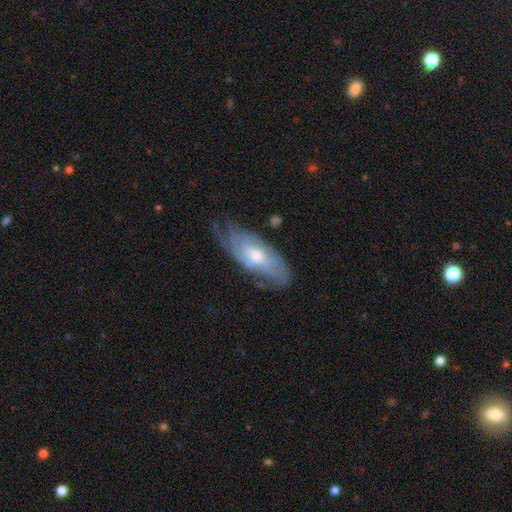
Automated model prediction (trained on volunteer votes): featured or disk 69%, smooth 24%, star or artifact 6%. Down the decision tree: edge-on disk — no (85%); bar — no (68%); spiral arms — yes (84%); bulge size — moderate (62%); merging — none (62%).